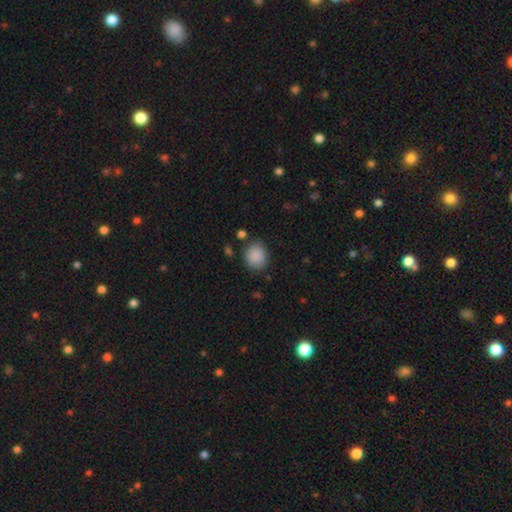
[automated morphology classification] Q: Smooth or featured?
A: smooth (88%); runner-up: star or artifact (8%)
Q: How rounded?
A: round (70%); runner-up: in between (29%)
Q: Merging?
A: none (82%); runner-up: minor disturbance (12%)